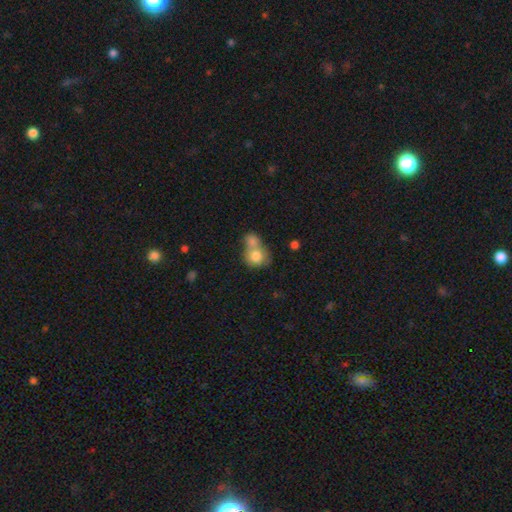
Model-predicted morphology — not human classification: A smooth galaxy with no disk features (78%) that is round (71%). Merging: merger (62%).